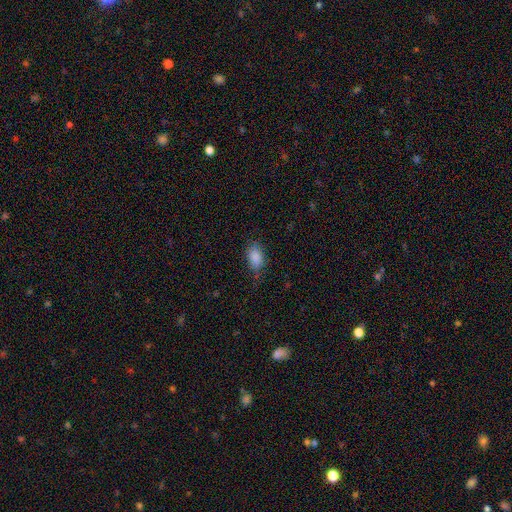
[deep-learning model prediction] smooth 86%, star or artifact 8%, featured or disk 6%. Down the decision tree: how rounded — in between (89%); merging — none (69%).